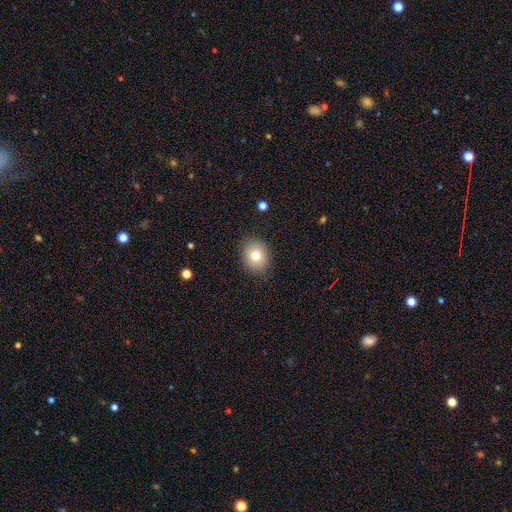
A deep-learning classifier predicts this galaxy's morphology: This appears to be a smooth galaxy with no disk features (77%) that is round (58%). Merging: none (86%).